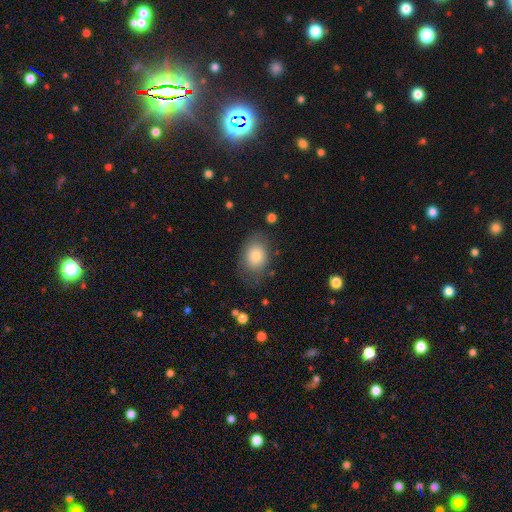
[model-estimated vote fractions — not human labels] Smooth or featured?
  - smooth: 80% *
  - featured or disk: 13%
  - star or artifact: 8%
How rounded?
  - in between: 75% *
  - round: 24%
  - cigar-shaped: 1%
Merging?
  - none: 69% *
  - minor disturbance: 20%
  - major disturbance: 9%
  - merger: 2%